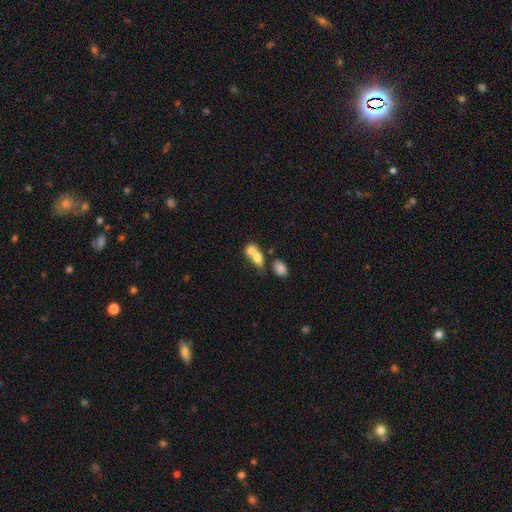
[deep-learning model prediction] smooth 70%, featured or disk 21%, star or artifact 9%. Down the decision tree: how rounded — in between (66%); merging — merger (68%).